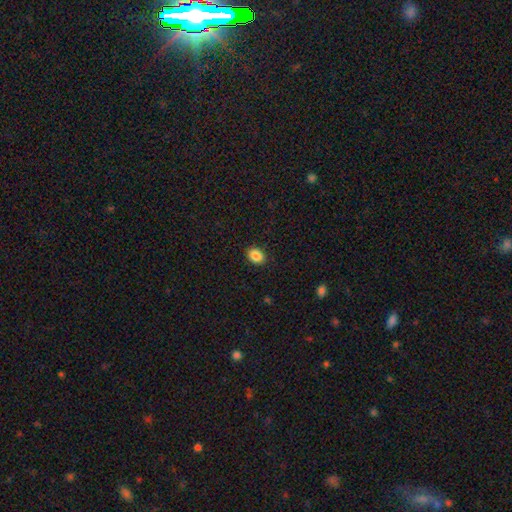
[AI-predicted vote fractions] This is clearly a smooth galaxy (88%). How rounded: likely in between (62%). Merging: clearly none (90%).